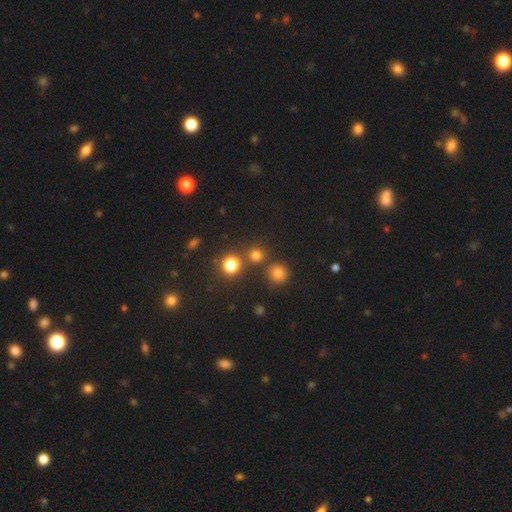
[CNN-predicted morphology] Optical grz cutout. It shows a smooth galaxy with no disk features (68%) that is round (91%). Merging: none (78%).